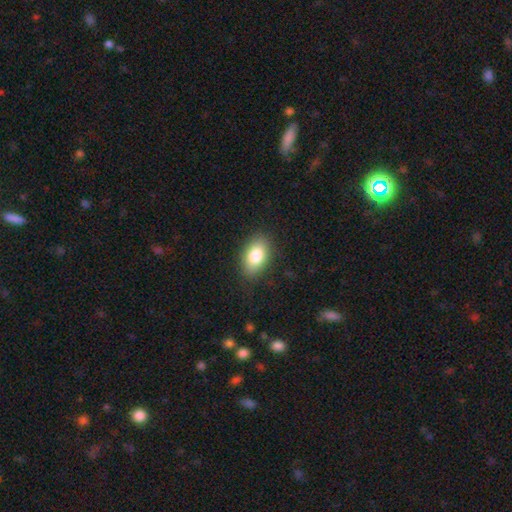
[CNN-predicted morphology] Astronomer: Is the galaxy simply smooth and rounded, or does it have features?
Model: smooth — 81%.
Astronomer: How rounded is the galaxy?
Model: in between — 90%.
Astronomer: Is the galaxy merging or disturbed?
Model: none — 85%.